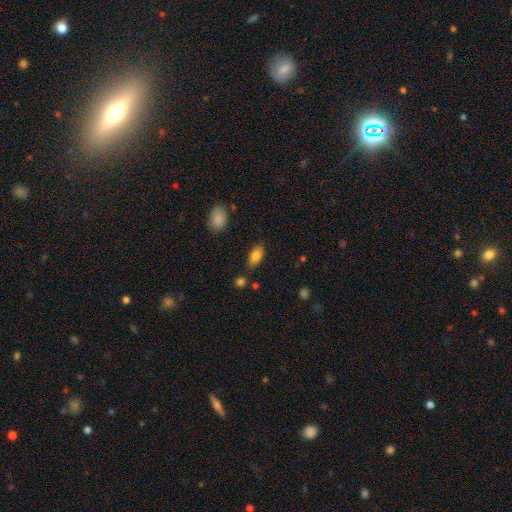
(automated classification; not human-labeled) Smooth or featured? smooth (84%)
How rounded? in between (91%)
Merging? none (82%)